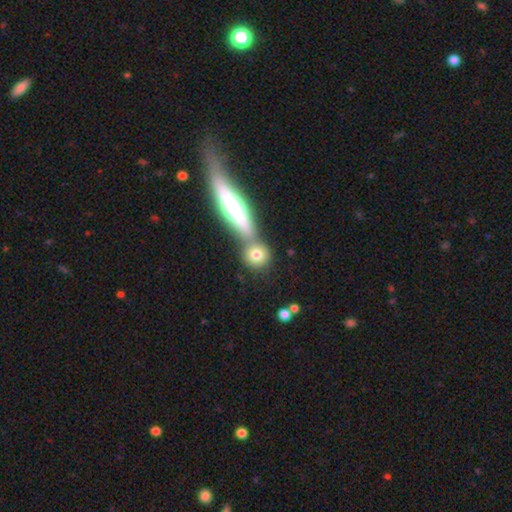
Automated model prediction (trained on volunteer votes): Morphology: type=smooth (70%); roundness=round (76%); merging=none (62%).